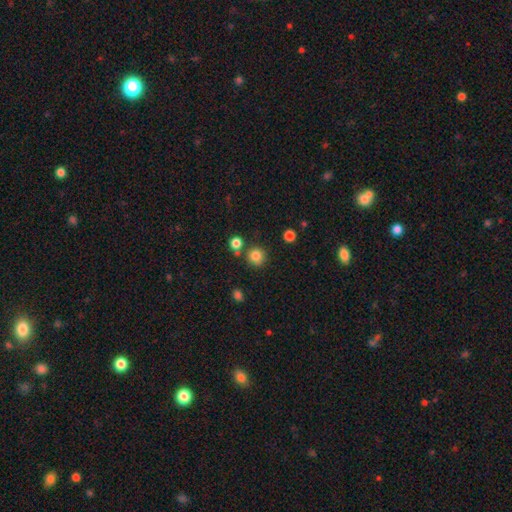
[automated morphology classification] Smooth or featured: smooth — 82% (star or artifact — 13%)
How rounded: round — 93% (in between — 6%)
Merging: none — 78% (merger — 11%)